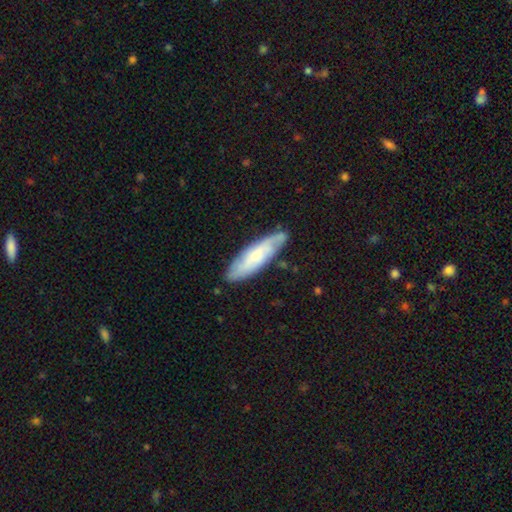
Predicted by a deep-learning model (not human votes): smooth_or_featured: featured or disk (p=0.49) [alt: smooth p=0.45]
merging: none (p=0.76) [alt: minor disturbance p=0.18]